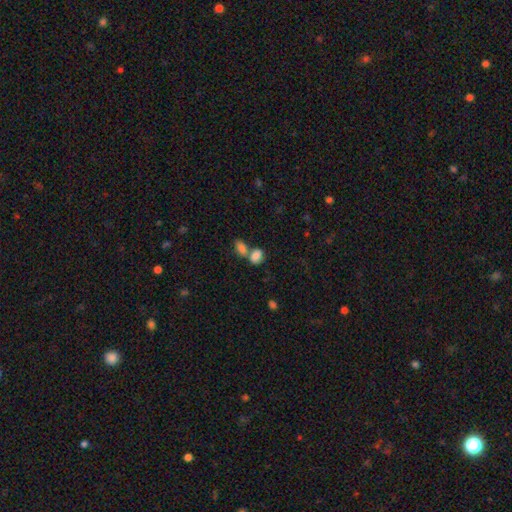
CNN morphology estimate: A smooth galaxy with no disk features (82%) that is in between round and cigar-shaped (80%). Merging: merger (57%).